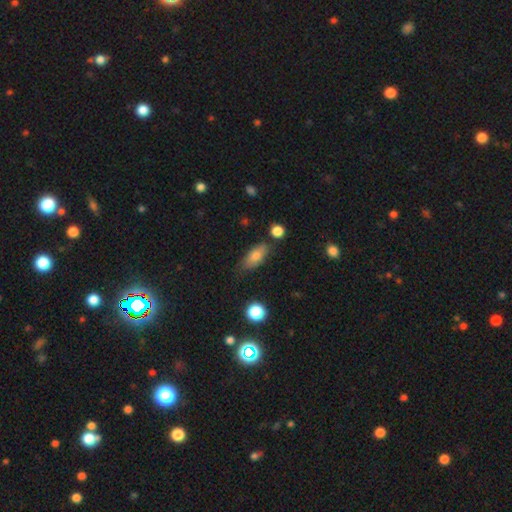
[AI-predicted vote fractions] Q: Smooth or featured?
A: smooth (77%); runner-up: featured or disk (15%)
Q: How rounded?
A: in between (77%); runner-up: cigar-shaped (19%)
Q: Merging?
A: none (71%); runner-up: minor disturbance (20%)